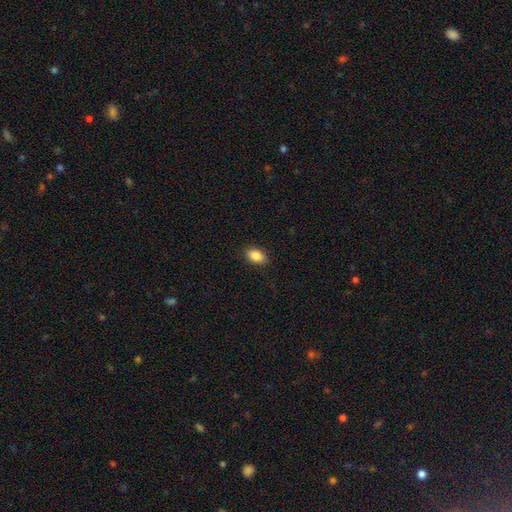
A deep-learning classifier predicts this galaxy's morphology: Q: Smooth or featured?
A: smooth (88%); runner-up: star or artifact (8%)
Q: How rounded?
A: in between (88%); runner-up: round (10%)
Q: Merging?
A: none (87%); runner-up: minor disturbance (10%)